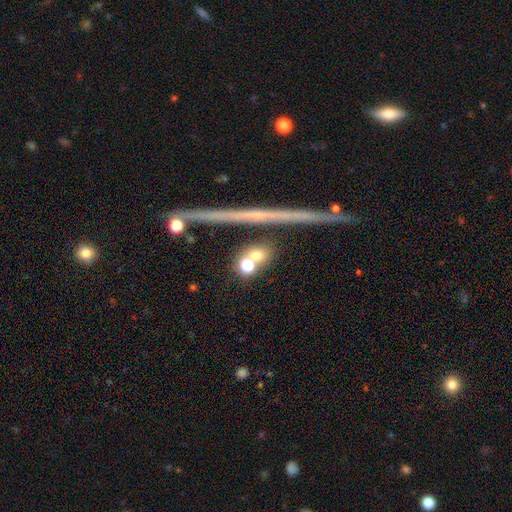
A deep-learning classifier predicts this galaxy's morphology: smooth_or_featured: smooth (p=0.61) [alt: star or artifact p=0.21]
how_rounded: round (p=0.76) [alt: in between p=0.15]
merging: none (p=0.76) [alt: merger p=0.13]